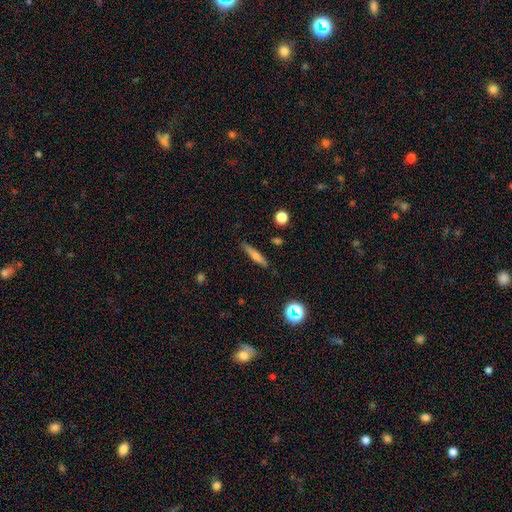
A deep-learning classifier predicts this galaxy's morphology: smooth-or-featured: smooth: 53% | featured or disk: 37% | star or artifact: 10%
  how-rounded: cigar-shaped: 86% | in between: 10% | round: 3%
  merging: none: 87% | minor disturbance: 9% | major disturbance: 2% | merger: 2%